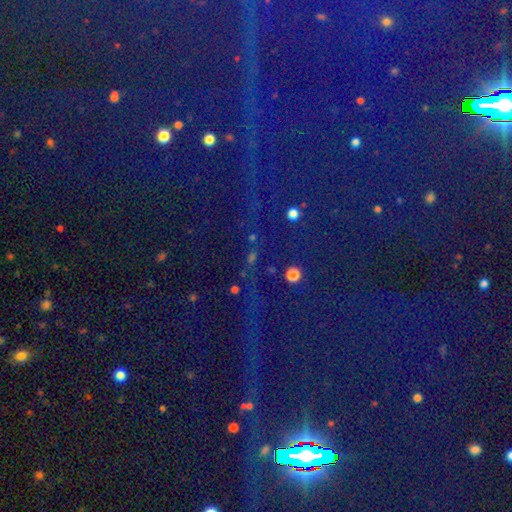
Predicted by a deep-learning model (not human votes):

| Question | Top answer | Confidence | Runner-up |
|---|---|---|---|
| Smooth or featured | star or artifact | 86% | smooth (7%) |